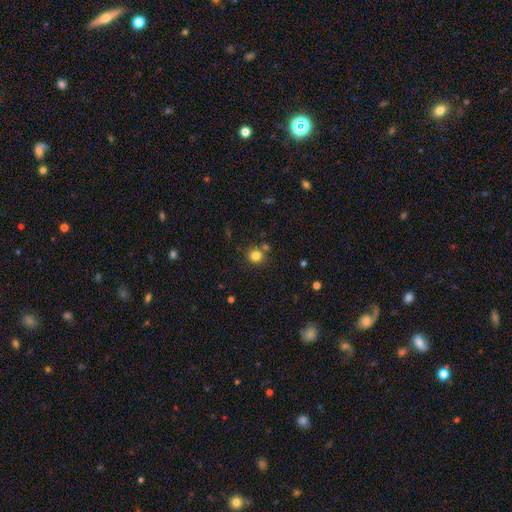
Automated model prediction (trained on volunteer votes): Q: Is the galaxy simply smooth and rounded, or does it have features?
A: smooth — 81%.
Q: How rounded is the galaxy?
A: round — 89%.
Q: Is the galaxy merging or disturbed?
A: none — 78%.